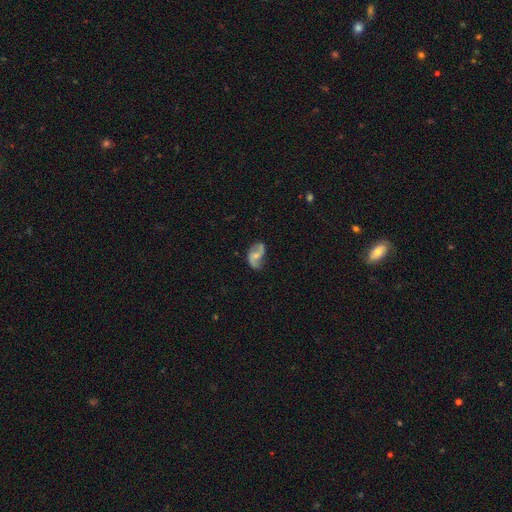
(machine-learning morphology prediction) Q: Smooth or featured?
A: featured or disk (74%); runner-up: smooth (19%)
Q: Edge-on disk?
A: no (97%); runner-up: yes (3%)
Q: Bar?
A: no (53%); runner-up: weak (37%)
Q: Spiral arms?
A: yes (92%); runner-up: no (8%)
Q: Spiral winding?
A: loose (55%); runner-up: medium (34%)
Q: Spiral arm count?
A: 2 (89%); runner-up: can't tell (5%)
Q: Bulge size?
A: small (46%); runner-up: moderate (42%)
Q: Merging?
A: none (65%); runner-up: minor disturbance (23%)